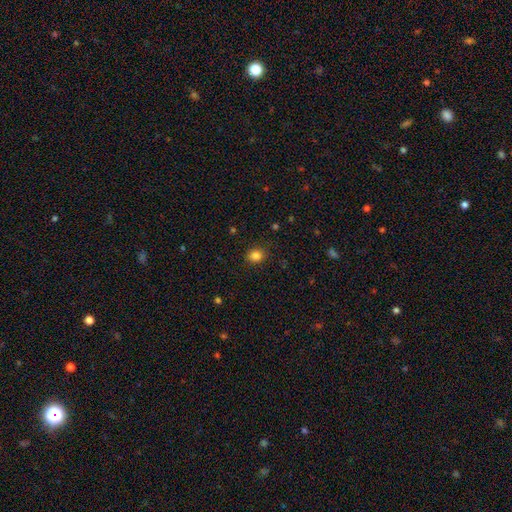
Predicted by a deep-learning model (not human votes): A smooth galaxy with no disk features (84%) that is round (71%).

Vote fractions:
- Smooth or featured? smooth: 84% / star or artifact: 12% / featured or disk: 5%
- How rounded? round: 71% / in between: 28% / cigar-shaped: 1%
- Merging? none: 88% / minor disturbance: 8% / major disturbance: 2% / merger: 1%